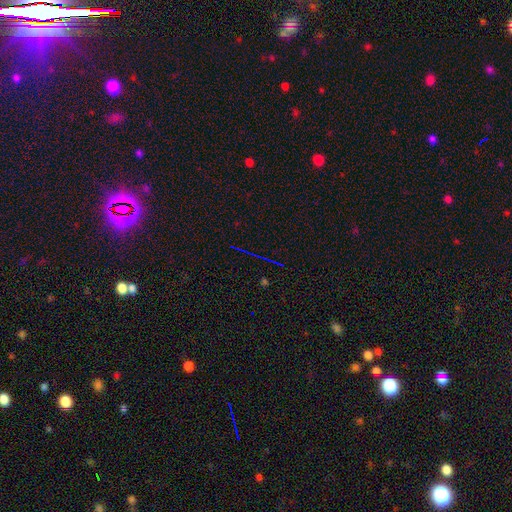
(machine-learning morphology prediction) Smooth or featured? Predicted: star or artifact (p=0.76).